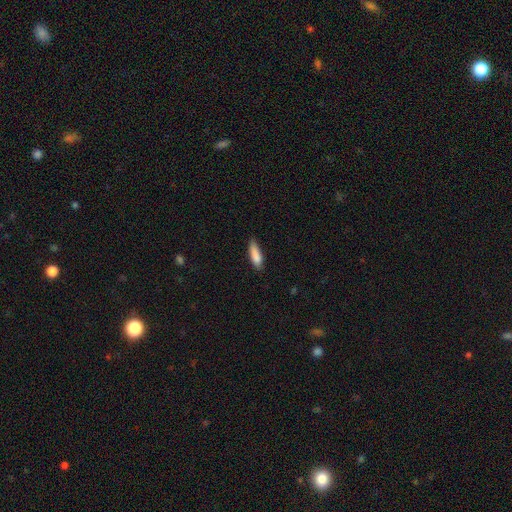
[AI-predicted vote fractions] Morphology: type=smooth (86%); roundness=cigar-shaped (53%); merging=none (71%).